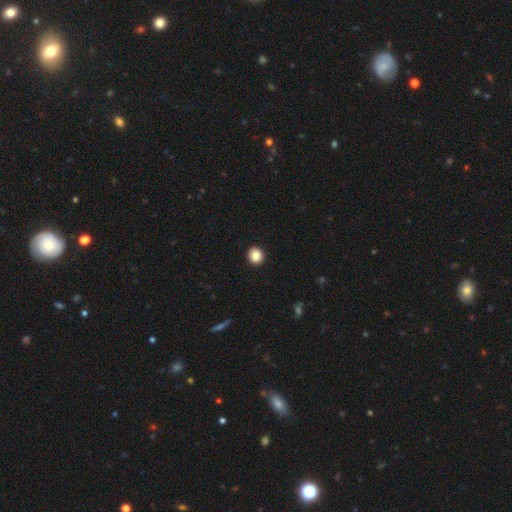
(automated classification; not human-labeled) Overall: smooth (86%). How rounded: round (86%). Merging: none (93%).